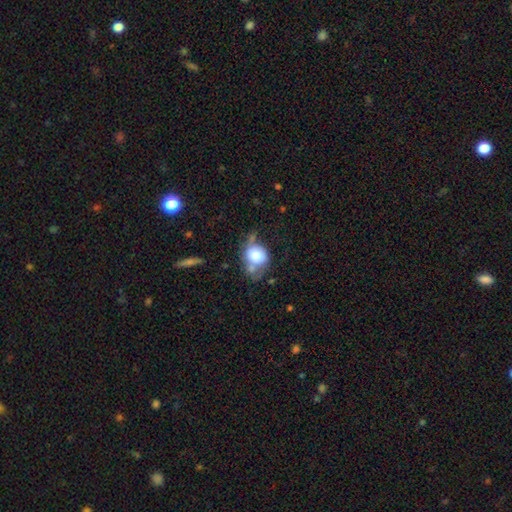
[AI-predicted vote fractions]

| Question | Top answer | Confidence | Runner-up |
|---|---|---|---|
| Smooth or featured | smooth | 70% | featured or disk (21%) |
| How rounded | round | 62% | in between (36%) |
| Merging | none | 34% | minor disturbance (27%) |